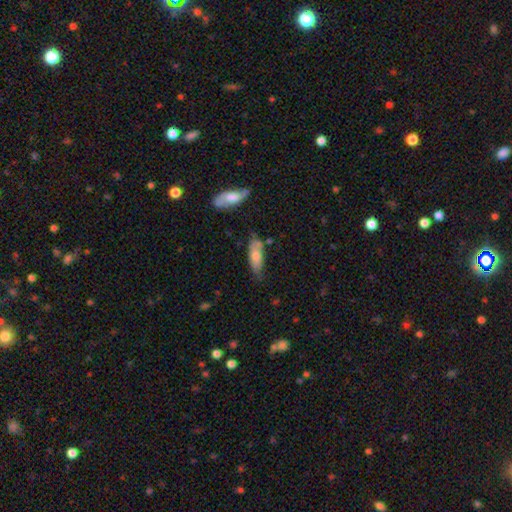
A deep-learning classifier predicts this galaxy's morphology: A smooth galaxy with no disk features (68%) that is in between round and cigar-shaped (56%).

Vote fractions:
- Smooth or featured? smooth: 68% / featured or disk: 25% / star or artifact: 7%
- How rounded? in between: 56% / cigar-shaped: 42% / round: 2%
- Merging? none: 60% / minor disturbance: 27% / merger: 7% / major disturbance: 6%